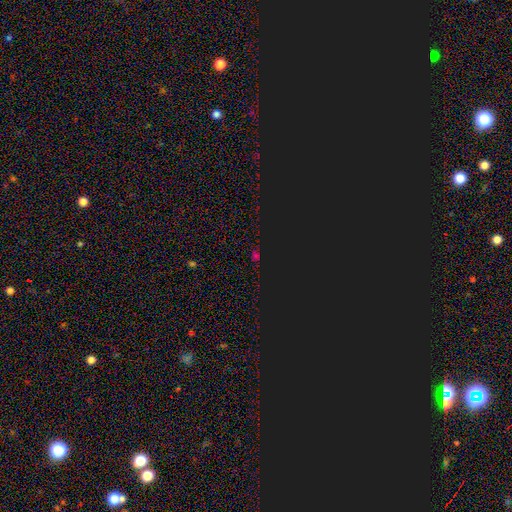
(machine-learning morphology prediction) This is likely a star or artifact rather than a galaxy (71%).